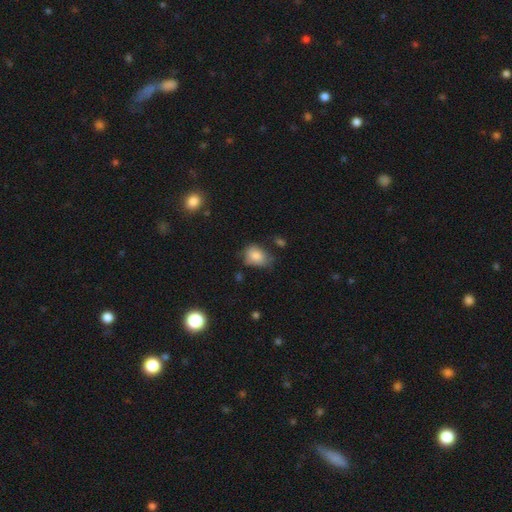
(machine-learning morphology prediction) A smooth galaxy with no disk features (81%) that is in between round and cigar-shaped (71%). Merging: none (49%).